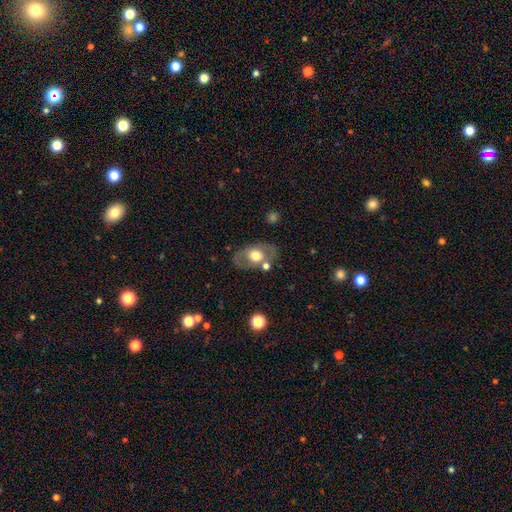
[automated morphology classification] Overall: smooth (50%; featured or disk 43%). Merging: none (72%).